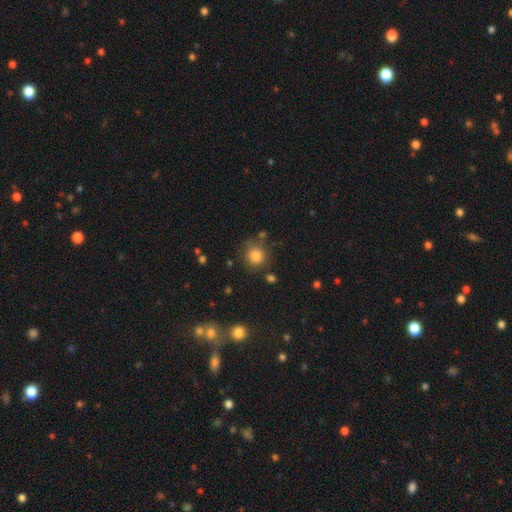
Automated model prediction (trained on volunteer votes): This is clearly a smooth galaxy (82%). How rounded: clearly round (89%). Merging: likely none (76%).